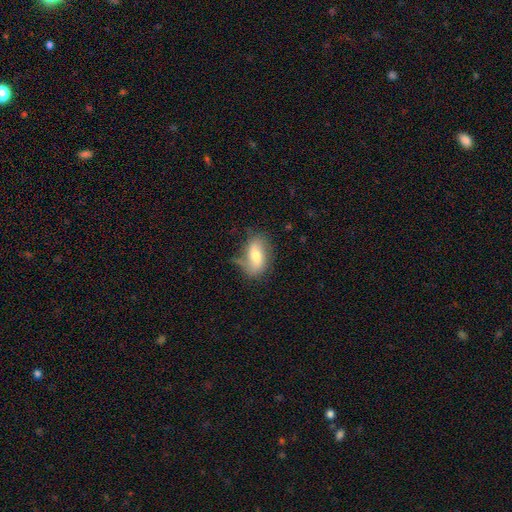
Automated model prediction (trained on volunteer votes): A smooth galaxy with no disk features (57%) that is in between round and cigar-shaped (88%).

Vote fractions:
- Smooth or featured? smooth: 57% / featured or disk: 36% / star or artifact: 8%
- How rounded? in between: 88% / round: 7% / cigar-shaped: 6%
- Merging? none: 59% / minor disturbance: 28% / major disturbance: 10% / merger: 4%